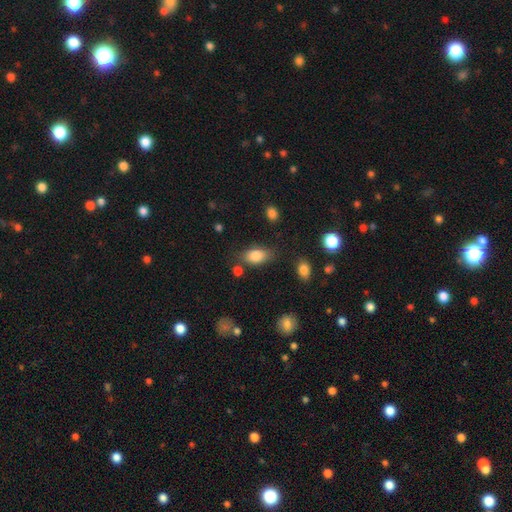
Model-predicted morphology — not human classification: A smooth galaxy with no disk features (83%) that is in between round and cigar-shaped (88%).

Vote fractions:
- Smooth or featured? smooth: 83% / featured or disk: 9% / star or artifact: 8%
- How rounded? in between: 88% / round: 8% / cigar-shaped: 3%
- Merging? none: 72% / minor disturbance: 17% / merger: 6% / major disturbance: 5%